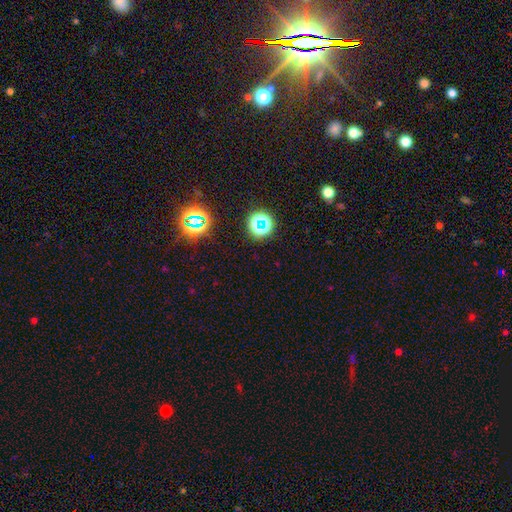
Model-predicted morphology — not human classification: This appears to be a star or artifact, not a galaxy (64%).